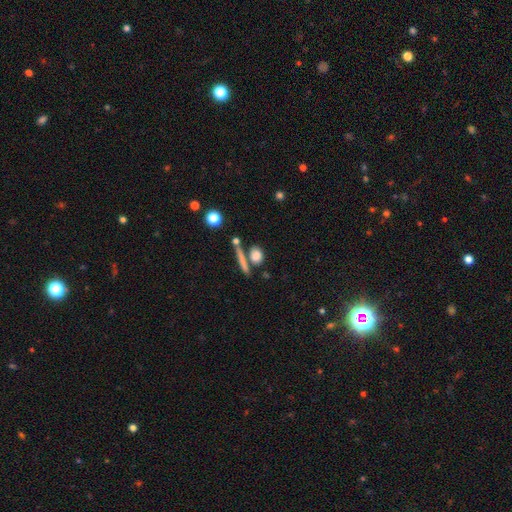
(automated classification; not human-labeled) Q: Smooth or featured?
A: smooth (79%); runner-up: featured or disk (11%)
Q: How rounded?
A: round (44%); runner-up: in between (35%)
Q: Merging?
A: none (66%); runner-up: merger (19%)